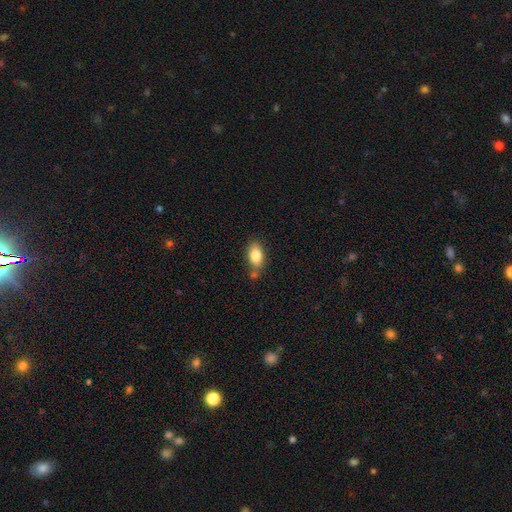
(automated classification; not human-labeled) smooth 81%, featured or disk 11%, star or artifact 8%. Down the decision tree: how rounded — in between (88%); merging — none (66%).